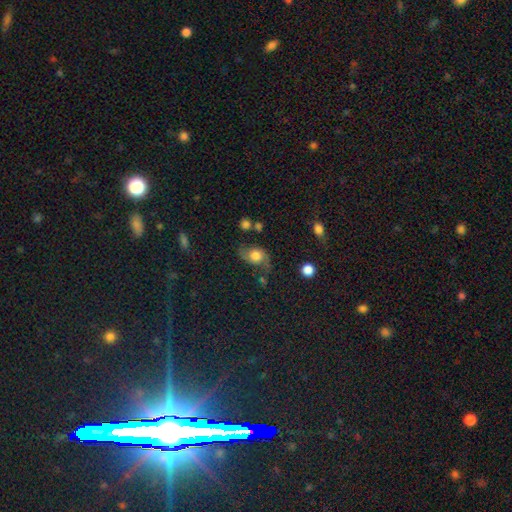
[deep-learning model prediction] A smooth galaxy with no disk features (51%) that is in between round and cigar-shaped (62%). Merging: none (53%).